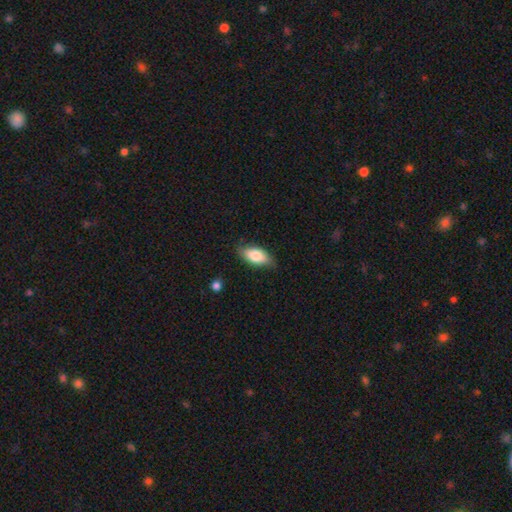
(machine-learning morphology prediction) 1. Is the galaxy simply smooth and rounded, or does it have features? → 79% smooth, 15% featured or disk, 6% star or artifact.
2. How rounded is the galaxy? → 89% in between, 8% cigar-shaped, 3% round.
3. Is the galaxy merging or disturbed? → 79% none, 17% minor disturbance, 3% major disturbance, 1% merger.